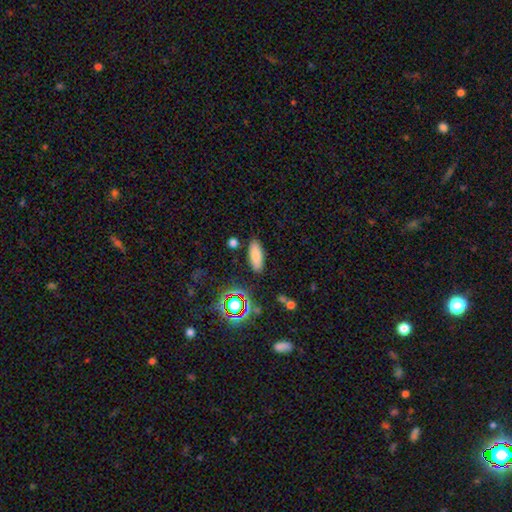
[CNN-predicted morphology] A smooth galaxy with no disk features (81%) that is in between round and cigar-shaped (77%).

Vote fractions:
- Smooth or featured? smooth: 81% / star or artifact: 12% / featured or disk: 8%
- How rounded? in between: 77% / cigar-shaped: 21% / round: 3%
- Merging? none: 87% / minor disturbance: 9% / merger: 2% / major disturbance: 2%